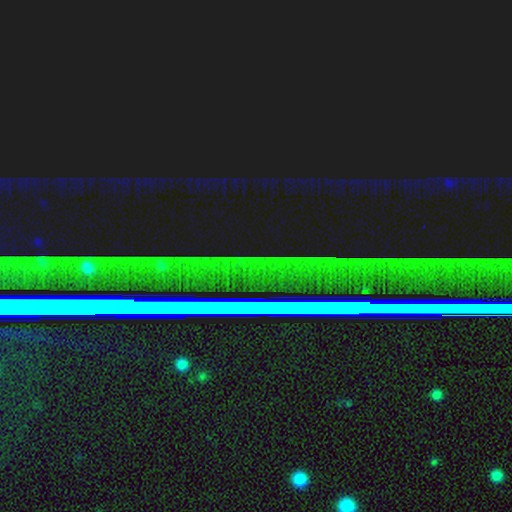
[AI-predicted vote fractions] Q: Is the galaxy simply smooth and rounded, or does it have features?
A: star or artifact — 84%.